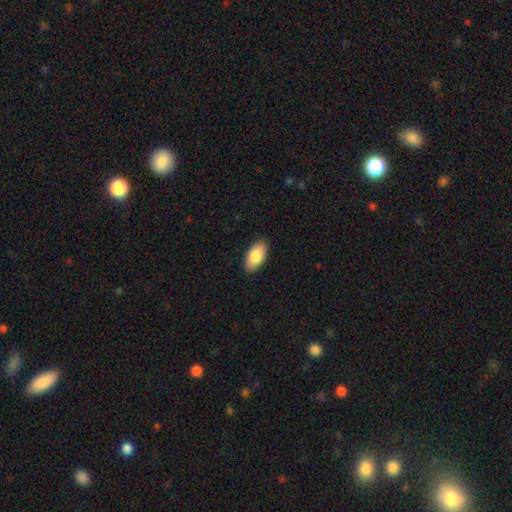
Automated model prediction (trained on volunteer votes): The model was most divided on "smooth or featured": smooth: 84%, featured or disk: 9%, star or artifact: 6%. More confident: how rounded — in between (94%); merging — none (89%).